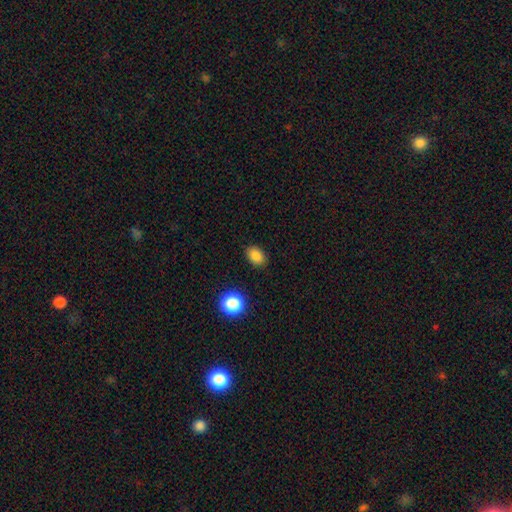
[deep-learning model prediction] A smooth galaxy with no disk features (85%) that is in between round and cigar-shaped (75%).

Vote fractions:
- Smooth or featured? smooth: 85% / star or artifact: 11% / featured or disk: 5%
- How rounded? in between: 75% / round: 24% / cigar-shaped: 1%
- Merging? none: 88% / minor disturbance: 8% / major disturbance: 2% / merger: 1%